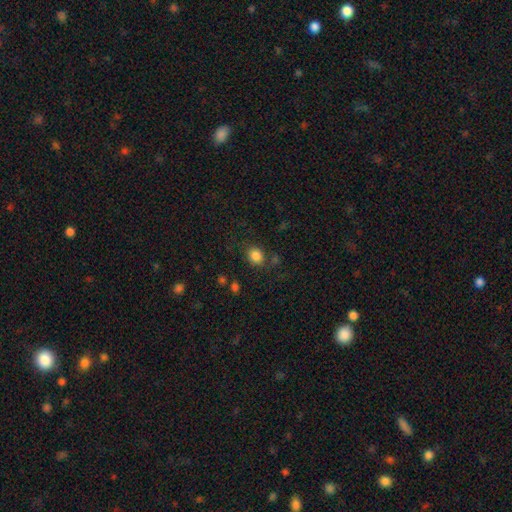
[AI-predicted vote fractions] Morphology: type=smooth (84%); roundness=round (65%); merging=none (77%).